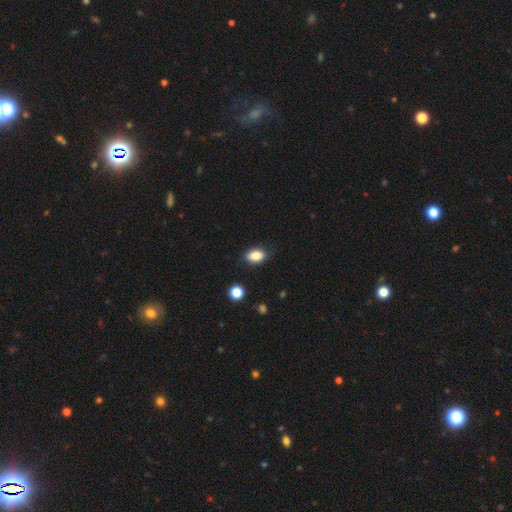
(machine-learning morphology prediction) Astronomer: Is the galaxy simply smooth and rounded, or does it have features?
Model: smooth — 86%.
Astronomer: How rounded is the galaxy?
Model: in between — 86%.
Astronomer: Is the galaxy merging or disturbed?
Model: none — 85%.